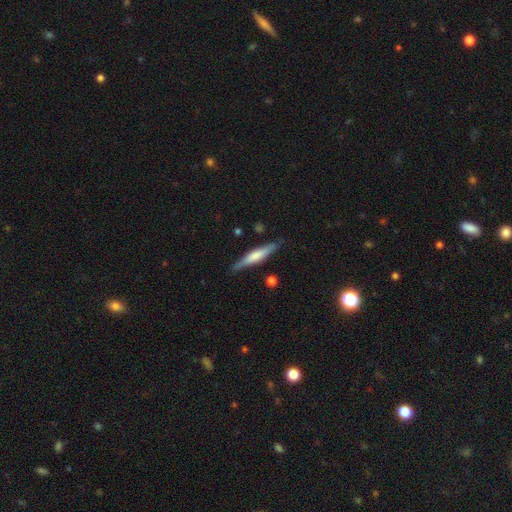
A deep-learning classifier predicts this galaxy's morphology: Smooth or featured?
  - smooth: 50% *
  - featured or disk: 44%
  - star or artifact: 6%
How rounded?
  - cigar-shaped: 89% *
  - in between: 10%
  - round: 1%
Merging?
  - none: 85% *
  - minor disturbance: 11%
  - major disturbance: 2%
  - merger: 2%